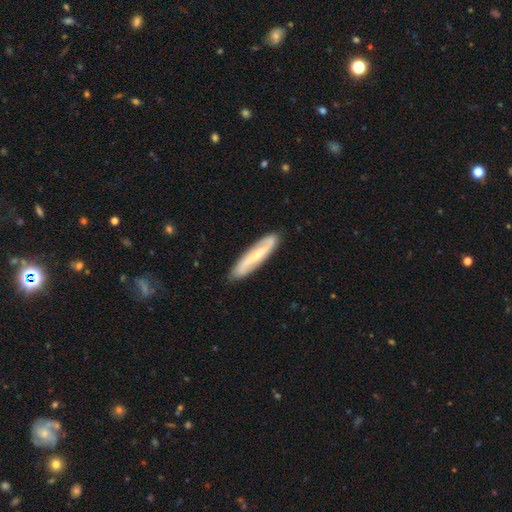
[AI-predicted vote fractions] Q: Smooth or featured?
A: featured or disk (64%); runner-up: smooth (30%)
Q: Edge-on disk?
A: no (65%); runner-up: yes (35%)
Q: Merging?
A: none (87%); runner-up: minor disturbance (10%)